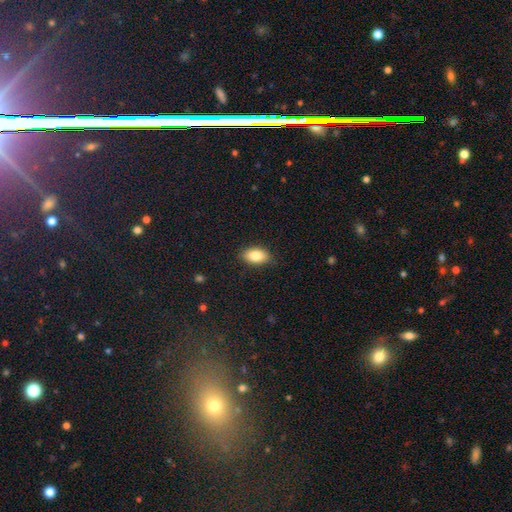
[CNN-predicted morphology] Overall: smooth (84%). How rounded: in between (91%). Merging: none (86%).